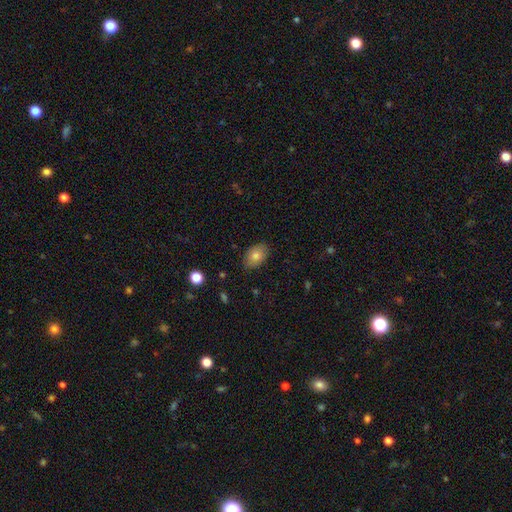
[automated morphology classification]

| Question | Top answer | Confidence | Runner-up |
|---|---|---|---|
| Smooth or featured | smooth | 80% | featured or disk (12%) |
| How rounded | in between | 86% | round (13%) |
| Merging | none | 84% | minor disturbance (12%) |